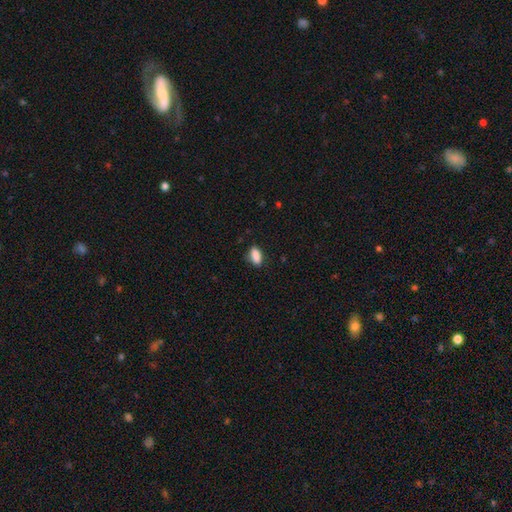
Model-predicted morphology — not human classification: This appears to be a smooth galaxy with no disk features (88%) that is in between round and cigar-shaped (87%). Merging: none (80%).